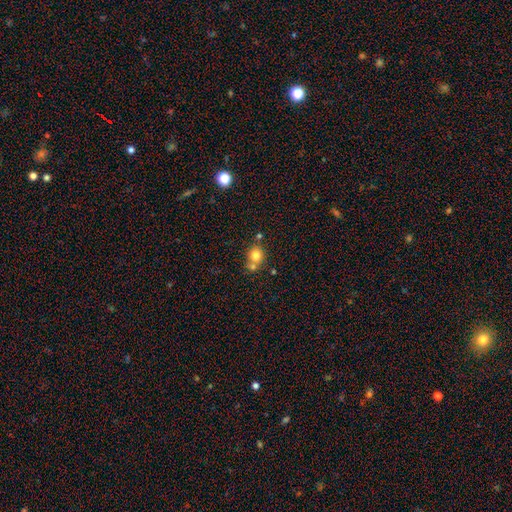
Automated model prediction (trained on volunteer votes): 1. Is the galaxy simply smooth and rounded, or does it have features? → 78% smooth, 11% star or artifact, 10% featured or disk.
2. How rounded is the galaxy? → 78% round, 21% in between, 1% cigar-shaped.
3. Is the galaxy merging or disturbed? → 52% none, 35% merger, 10% minor disturbance, 3% major disturbance.